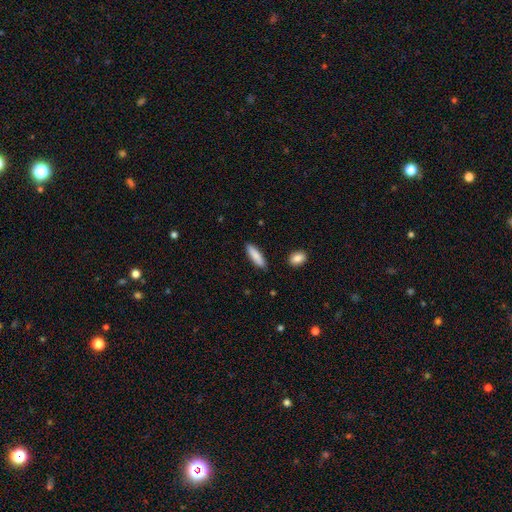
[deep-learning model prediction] A smooth galaxy with no disk features (86%) that is cigar-shaped (62%).

Vote fractions:
- Smooth or featured? smooth: 86% / featured or disk: 8% / star or artifact: 6%
- How rounded? cigar-shaped: 62% / in between: 36% / round: 2%
- Merging? none: 87% / minor disturbance: 9% / major disturbance: 2% / merger: 2%